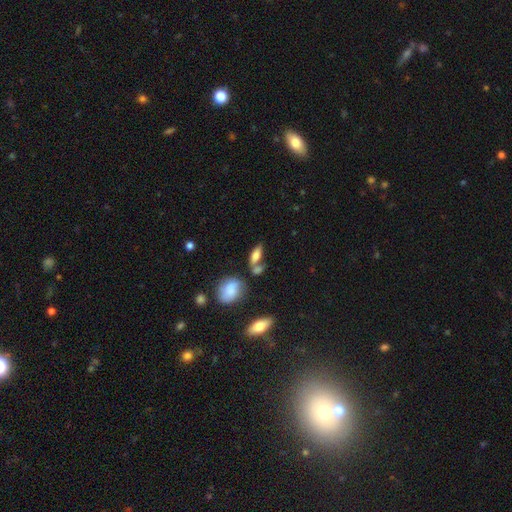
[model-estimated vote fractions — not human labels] Smooth or featured? smooth (71%)
How rounded? in between (72%)
Merging? none (51%)